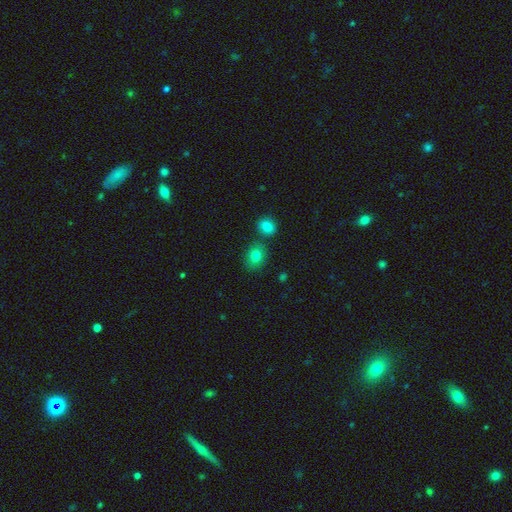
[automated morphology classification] A smooth galaxy with no disk features (81%) that is round (50%).

Vote fractions:
- Smooth or featured? smooth: 81% / star or artifact: 11% / featured or disk: 8%
- How rounded? round: 50% / in between: 49% / cigar-shaped: 1%
- Merging? none: 72% / merger: 14% / minor disturbance: 11% / major disturbance: 3%